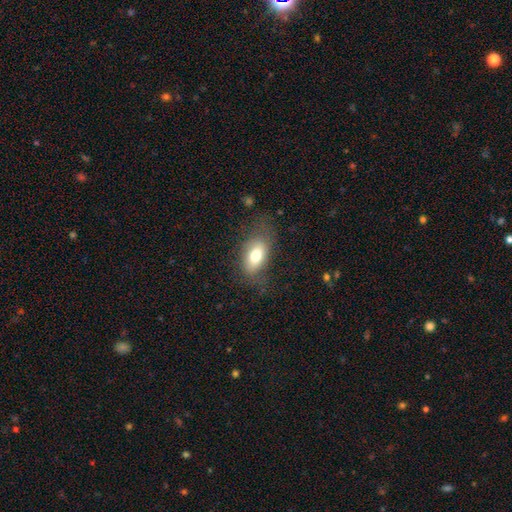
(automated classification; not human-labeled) Smooth or featured? Predicted: smooth (p=0.72). How rounded? Predicted: in between (p=0.87). Merging? Predicted: none (p=0.67).